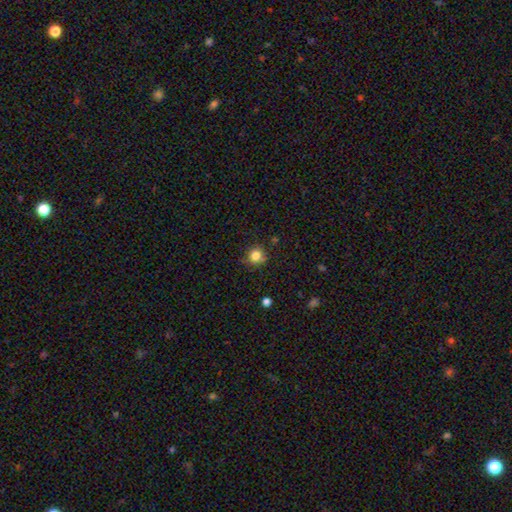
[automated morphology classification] Smooth or featured?
  - smooth: 82% *
  - star or artifact: 12%
  - featured or disk: 6%
How rounded?
  - round: 89% *
  - in between: 10%
  - cigar-shaped: 1%
Merging?
  - none: 77% *
  - minor disturbance: 17%
  - major disturbance: 4%
  - merger: 3%